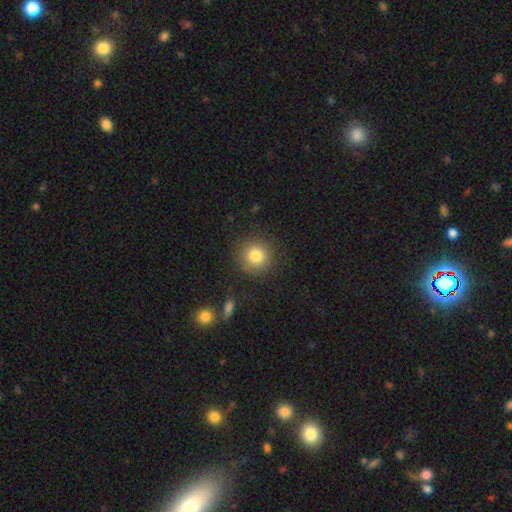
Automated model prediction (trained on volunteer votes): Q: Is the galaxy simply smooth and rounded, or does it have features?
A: smooth — 81%.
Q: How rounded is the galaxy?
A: round — 92%.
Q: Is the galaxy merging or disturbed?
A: none — 86%.